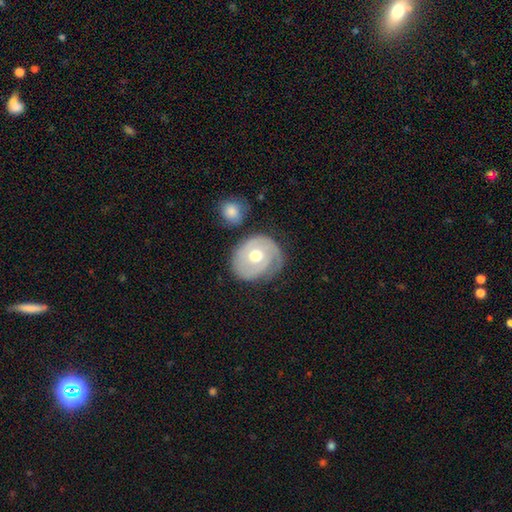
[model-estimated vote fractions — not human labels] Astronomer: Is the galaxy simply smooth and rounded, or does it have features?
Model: featured or disk — 71%.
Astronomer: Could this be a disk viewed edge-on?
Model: no — 97%.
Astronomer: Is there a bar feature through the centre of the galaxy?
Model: no — 78%.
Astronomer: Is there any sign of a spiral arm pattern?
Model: yes — 81%.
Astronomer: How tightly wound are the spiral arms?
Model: tight — 68%.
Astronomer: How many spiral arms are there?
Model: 1 — 46% (runner-up: 2, 28%).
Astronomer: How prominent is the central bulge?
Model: moderate — 79%.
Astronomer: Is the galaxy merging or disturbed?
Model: none — 59%.